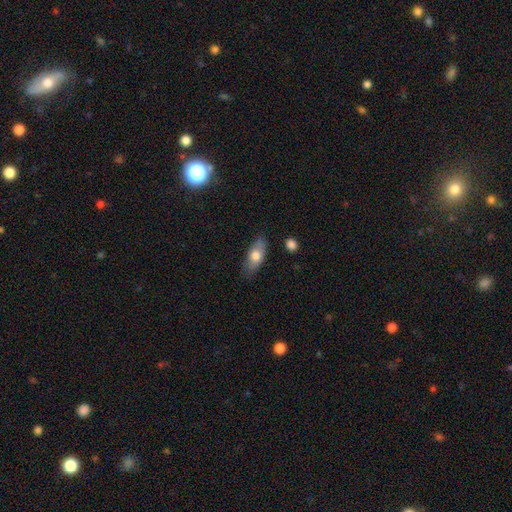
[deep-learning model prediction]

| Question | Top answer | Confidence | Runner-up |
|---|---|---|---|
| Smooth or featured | smooth | 71% | featured or disk (23%) |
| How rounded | in between | 81% | cigar-shaped (15%) |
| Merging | none | 76% | minor disturbance (18%) |